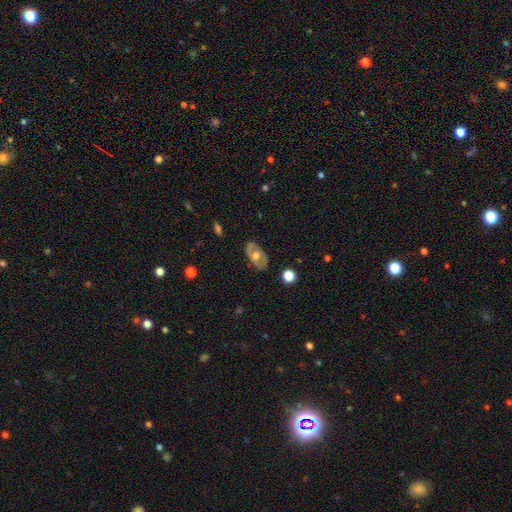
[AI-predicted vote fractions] This appears to be a featured or disk galaxy (52%). Merging: none (80%).